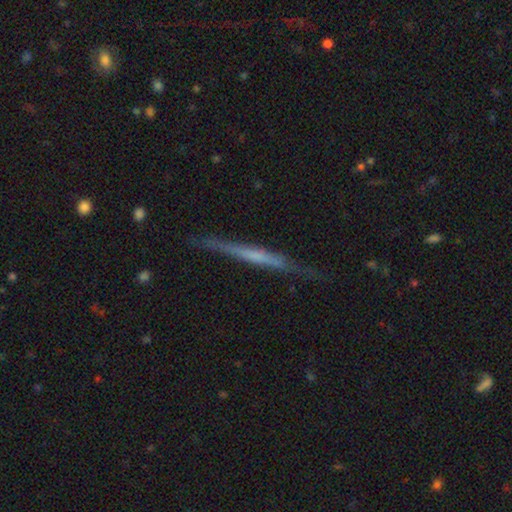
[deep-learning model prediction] Morphology: type=featured or disk (63%); edge-on=yes (96%); edge-on bulge=none (68%); merging=none (81%).